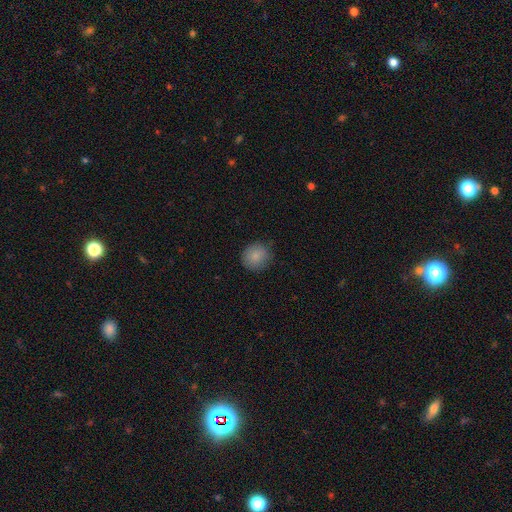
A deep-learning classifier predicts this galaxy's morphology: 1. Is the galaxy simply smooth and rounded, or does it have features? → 86% smooth, 9% star or artifact, 6% featured or disk.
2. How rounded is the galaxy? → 89% round, 10% in between, 1% cigar-shaped.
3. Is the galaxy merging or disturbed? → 82% none, 14% minor disturbance, 3% major disturbance, 1% merger.